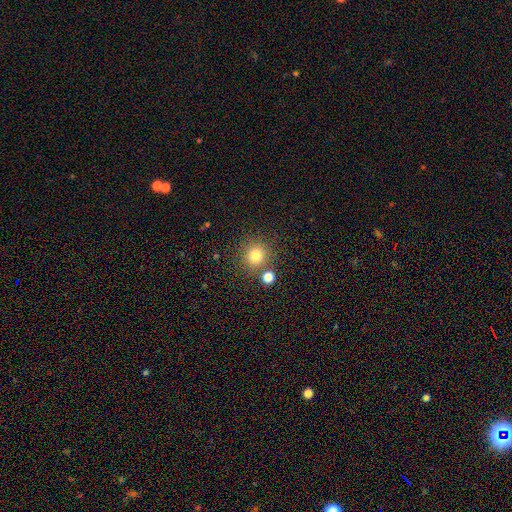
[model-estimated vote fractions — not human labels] smooth_or_featured: smooth (p=0.78) [alt: star or artifact p=0.14]
how_rounded: round (p=0.90) [alt: in between p=0.09]
merging: none (p=0.77) [alt: merger p=0.12]